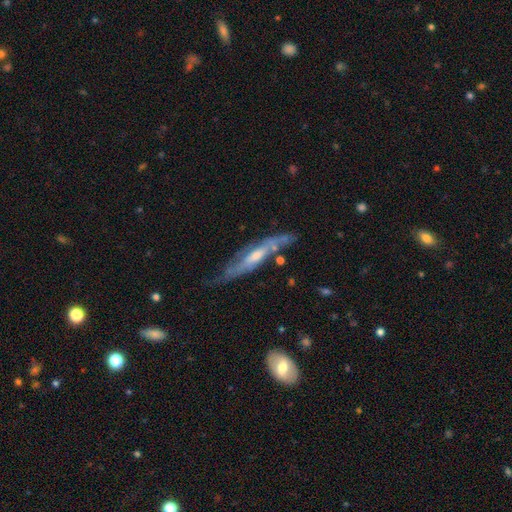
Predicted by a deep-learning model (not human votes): smooth-or-featured: featured or disk: 70% | smooth: 24% | star or artifact: 6%
  disk-edge-on: yes: 59% | no: 41%
  merging: none: 53% | minor disturbance: 28% | major disturbance: 14% | merger: 5%